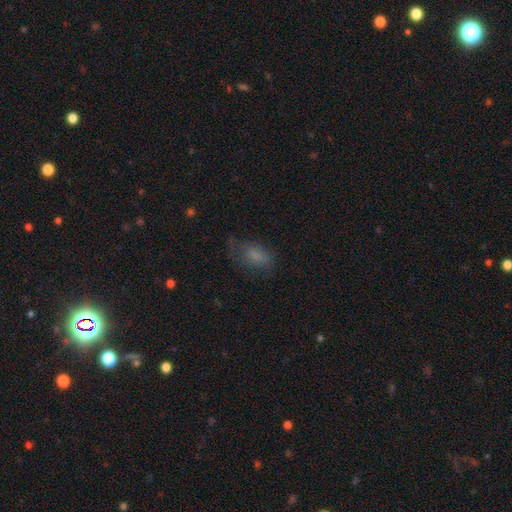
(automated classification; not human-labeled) This appears to be a smooth galaxy with no disk features (71%) that is in between round and cigar-shaped (88%). Merging: none (52%).